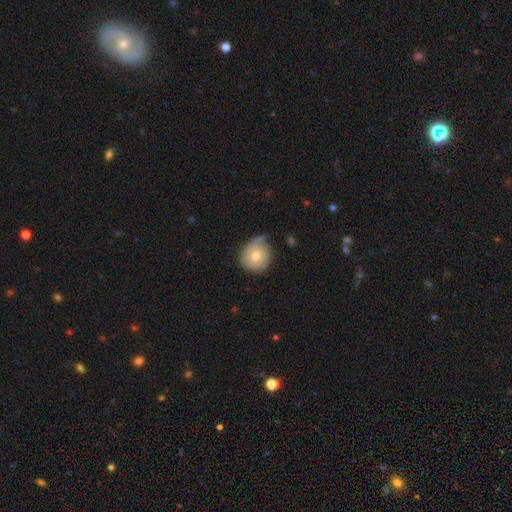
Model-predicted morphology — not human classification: A smooth galaxy with no disk features (61%) that is round (73%).

Vote fractions:
- Smooth or featured? smooth: 61% / featured or disk: 32% / star or artifact: 7%
- How rounded? round: 73% / in between: 26% / cigar-shaped: 1%
- Merging? none: 44% / minor disturbance: 41% / major disturbance: 13% / merger: 2%